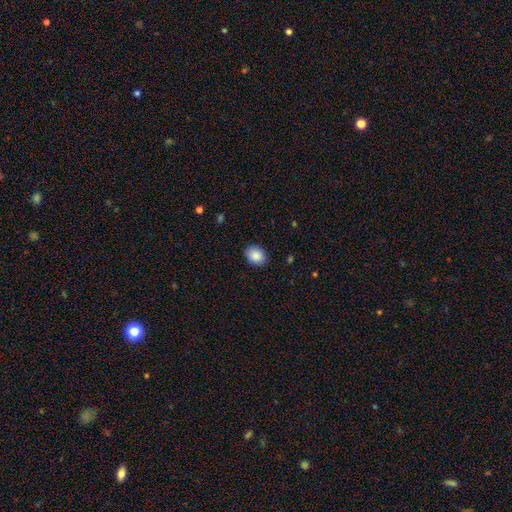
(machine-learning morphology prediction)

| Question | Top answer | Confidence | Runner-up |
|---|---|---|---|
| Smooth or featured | smooth | 88% | star or artifact (8%) |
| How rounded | in between | 63% | round (36%) |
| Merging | none | 88% | minor disturbance (9%) |